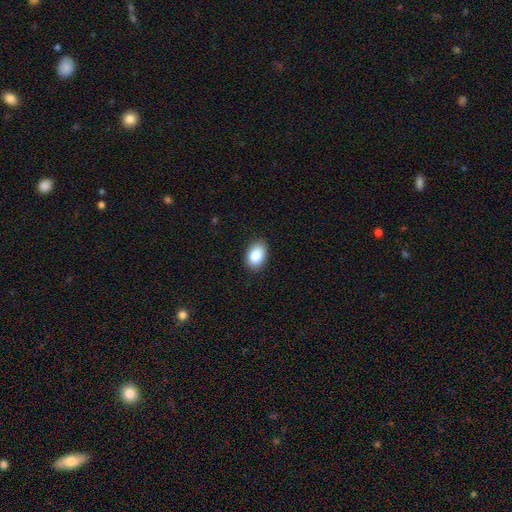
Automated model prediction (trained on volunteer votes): A smooth galaxy with no disk features (86%) that is in between round and cigar-shaped (84%).

Vote fractions:
- Smooth or featured? smooth: 86% / star or artifact: 8% / featured or disk: 6%
- How rounded? in between: 84% / round: 15% / cigar-shaped: 1%
- Merging? none: 85% / minor disturbance: 12% / major disturbance: 2% / merger: 1%